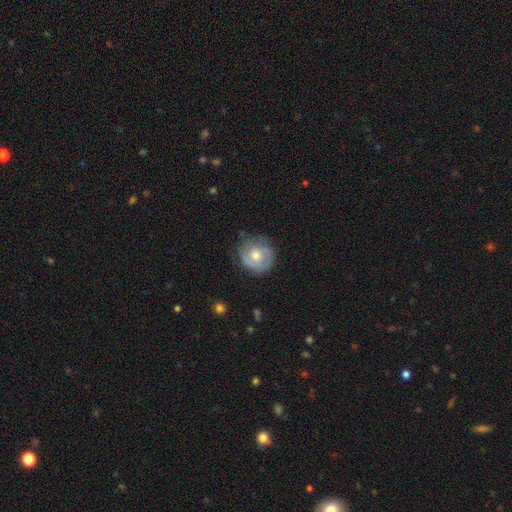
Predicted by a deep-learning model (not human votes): This is possibly a featured or disk galaxy (53%). It is clearly not viewed edge-on (97%). Bar: likely no (75%). Spiral arm pattern: likely yes (72%). Central bulge: likely moderate (72%). Merging: likely none (71%).